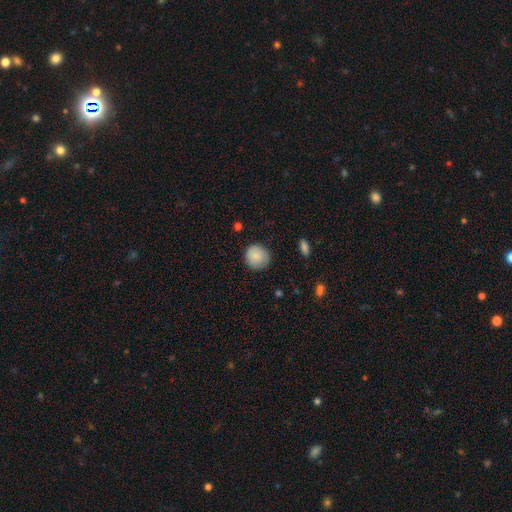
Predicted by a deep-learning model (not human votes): This is clearly a smooth galaxy (88%). How rounded: clearly round (92%). Merging: clearly none (86%).